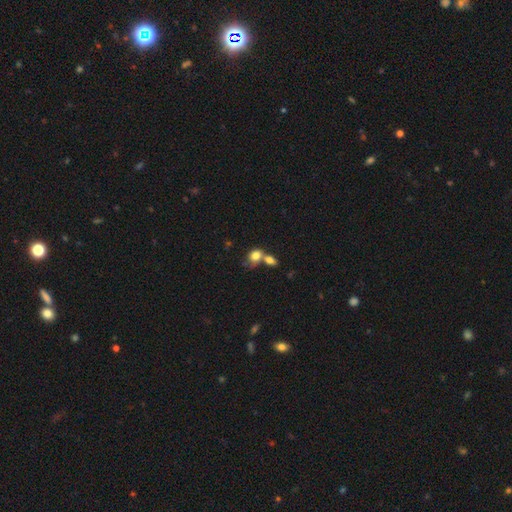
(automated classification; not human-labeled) Morphology: type=smooth (79%); roundness=in between (56%); merging=merger (58%).